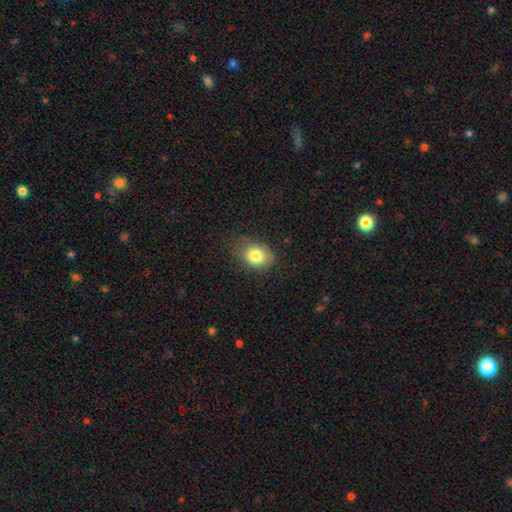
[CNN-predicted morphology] Smooth or featured?
  - smooth: 81% *
  - star or artifact: 10%
  - featured or disk: 10%
How rounded?
  - in between: 63% *
  - round: 36%
  - cigar-shaped: 1%
Merging?
  - none: 69% *
  - minor disturbance: 23%
  - major disturbance: 7%
  - merger: 1%